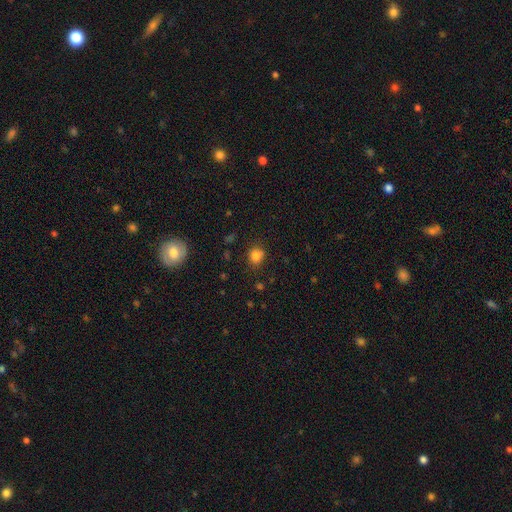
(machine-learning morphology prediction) Q: Smooth or featured?
A: smooth (80%); runner-up: star or artifact (14%)
Q: How rounded?
A: round (75%); runner-up: in between (24%)
Q: Merging?
A: none (73%); runner-up: minor disturbance (16%)